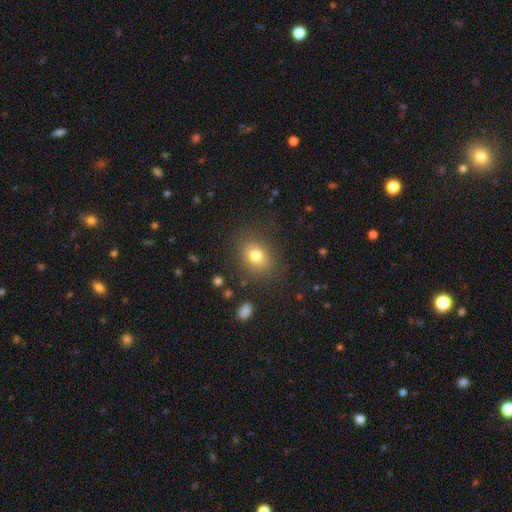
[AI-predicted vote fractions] Overall: smooth (77%). How rounded: in between (50%; round 49%). Merging: none (82%).